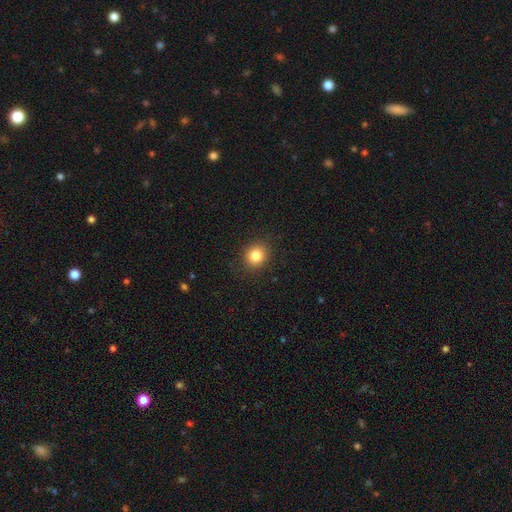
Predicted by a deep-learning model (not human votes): Q: Smooth or featured?
A: smooth (83%); runner-up: star or artifact (11%)
Q: How rounded?
A: round (79%); runner-up: in between (20%)
Q: Merging?
A: none (89%); runner-up: minor disturbance (8%)